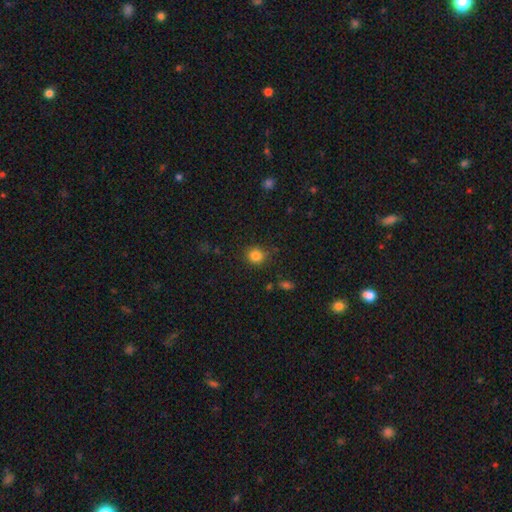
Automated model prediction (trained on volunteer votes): Smooth or featured? Predicted: smooth (p=0.83). How rounded? Predicted: round (p=0.79). Merging? Predicted: none (p=0.81).